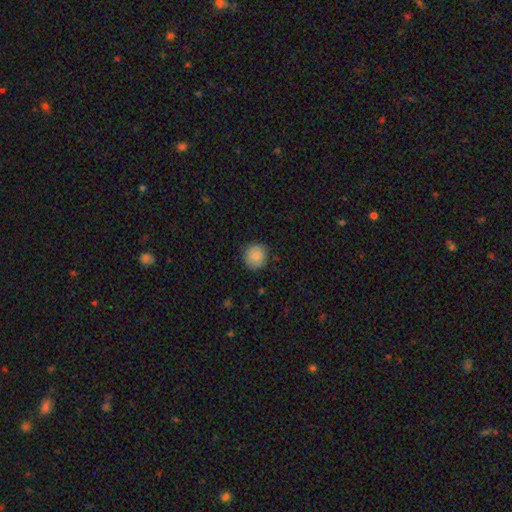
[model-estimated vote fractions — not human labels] Smooth or featured? Predicted: smooth (p=0.88). How rounded? Predicted: round (p=0.87). Merging? Predicted: none (p=0.84).